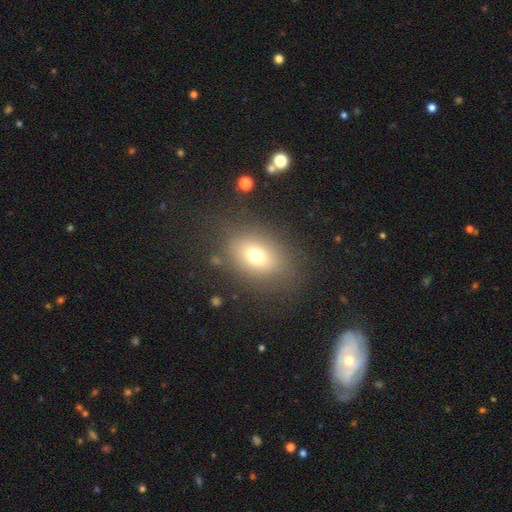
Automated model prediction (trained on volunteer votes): This appears to be a smooth galaxy with no disk features (71%) that is in between round and cigar-shaped (71%). Merging: none (78%).